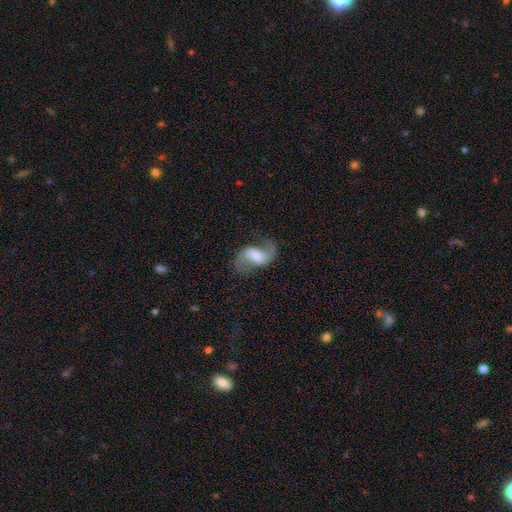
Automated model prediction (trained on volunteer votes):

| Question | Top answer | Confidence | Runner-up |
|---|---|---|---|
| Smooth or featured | featured or disk | 81% | smooth (13%) |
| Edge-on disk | no | 97% | yes (3%) |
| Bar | weak | 49% | strong (26%) |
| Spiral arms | yes | 94% | no (6%) |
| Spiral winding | loose | 73% | medium (22%) |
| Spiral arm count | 2 | 91% | 1 (4%) |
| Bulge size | moderate | 45% | small (31%) |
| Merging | none | 71% | minor disturbance (16%) |